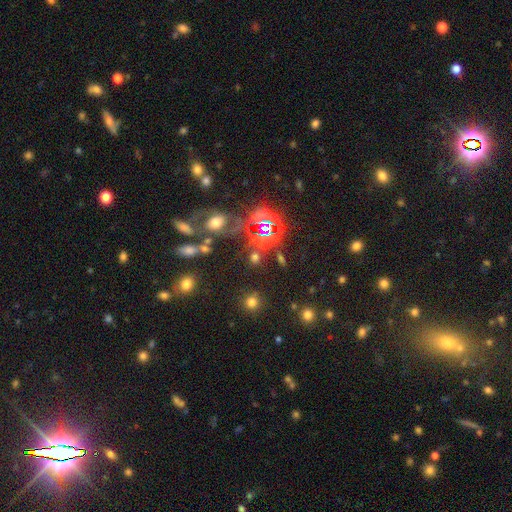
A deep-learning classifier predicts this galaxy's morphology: Smooth or featured: star or artifact — 59% (smooth — 30%)